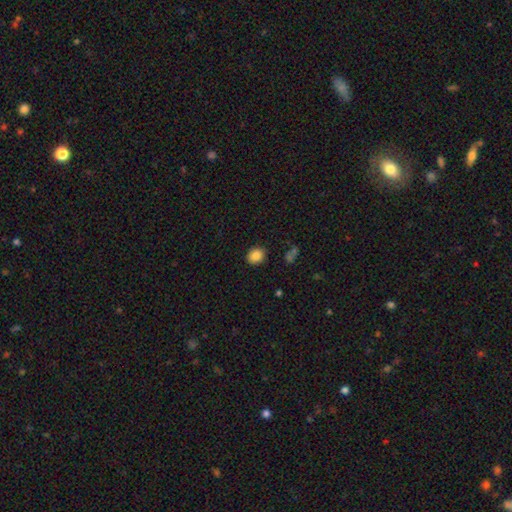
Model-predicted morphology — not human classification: type=smooth (86%); roundness=round (63%); merging=none (90%).